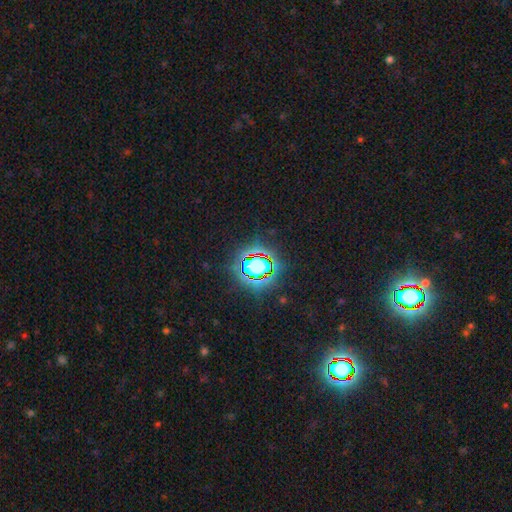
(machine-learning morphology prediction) star or artifact 78%, smooth 13%, featured or disk 9%.